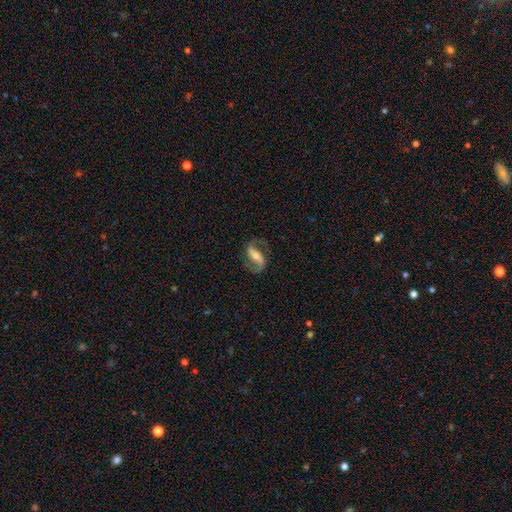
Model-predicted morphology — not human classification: Q: Smooth or featured?
A: featured or disk (83%); runner-up: smooth (12%)
Q: Edge-on disk?
A: no (95%); runner-up: yes (5%)
Q: Bar?
A: strong (58%); runner-up: weak (28%)
Q: Spiral arms?
A: yes (94%); runner-up: no (6%)
Q: Spiral winding?
A: medium (48%); runner-up: loose (37%)
Q: Spiral arm count?
A: 2 (91%); runner-up: 1 (4%)
Q: Bulge size?
A: moderate (47%); runner-up: small (40%)
Q: Merging?
A: none (76%); runner-up: minor disturbance (14%)